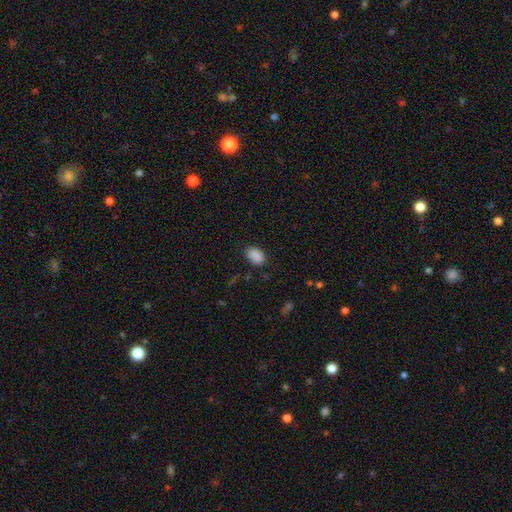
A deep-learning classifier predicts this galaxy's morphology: smooth 88%, star or artifact 8%, featured or disk 3%. Down the decision tree: how rounded — in between (88%); merging — none (84%).